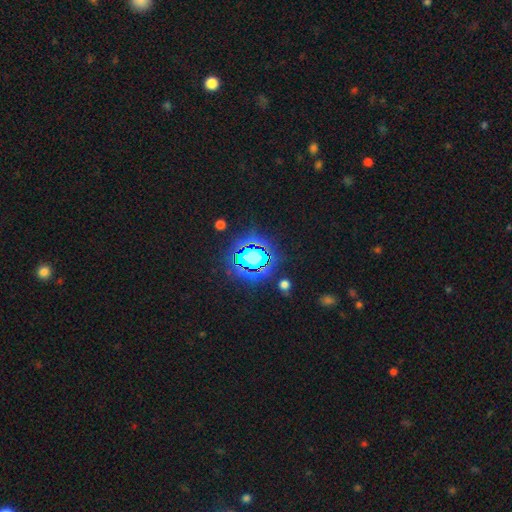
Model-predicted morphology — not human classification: This appears to be a star or artifact, not a galaxy (82%).